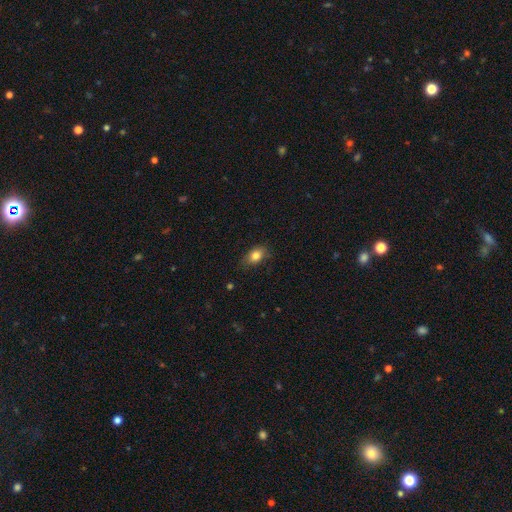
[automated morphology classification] Smooth or featured? smooth (82%)
How rounded? in between (79%)
Merging? none (73%)